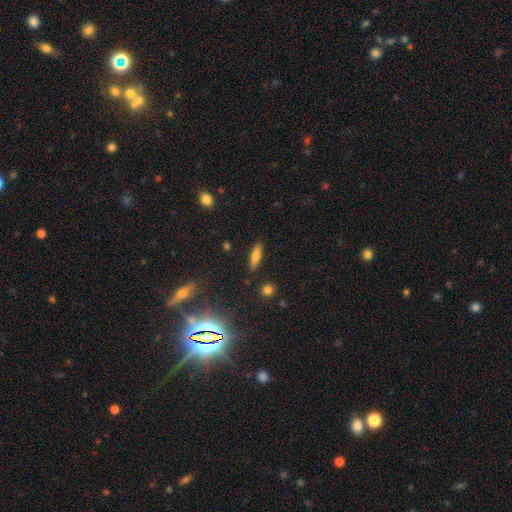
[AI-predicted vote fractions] Q: Smooth or featured?
A: smooth (71%); runner-up: featured or disk (19%)
Q: How rounded?
A: cigar-shaped (59%); runner-up: in between (38%)
Q: Merging?
A: none (86%); runner-up: minor disturbance (9%)